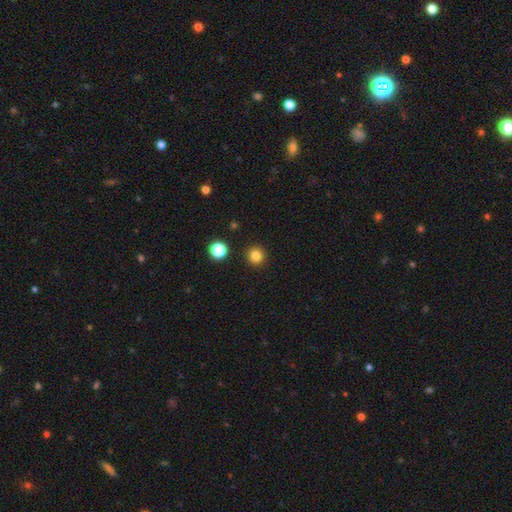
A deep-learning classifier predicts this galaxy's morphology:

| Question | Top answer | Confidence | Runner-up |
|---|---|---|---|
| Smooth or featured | smooth | 83% | star or artifact (12%) |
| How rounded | round | 95% | in between (4%) |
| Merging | none | 92% | minor disturbance (4%) |